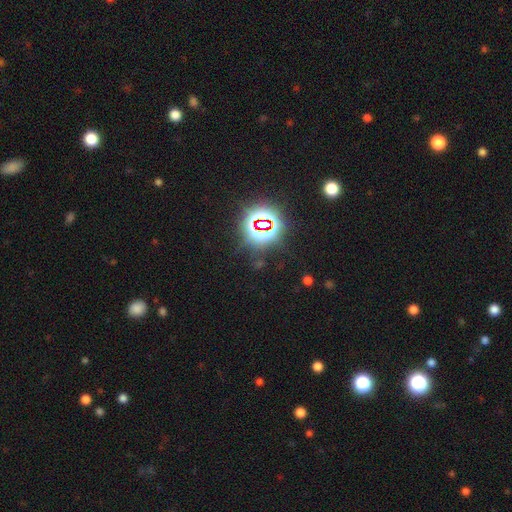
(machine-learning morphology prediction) Overall: star or artifact (79%).